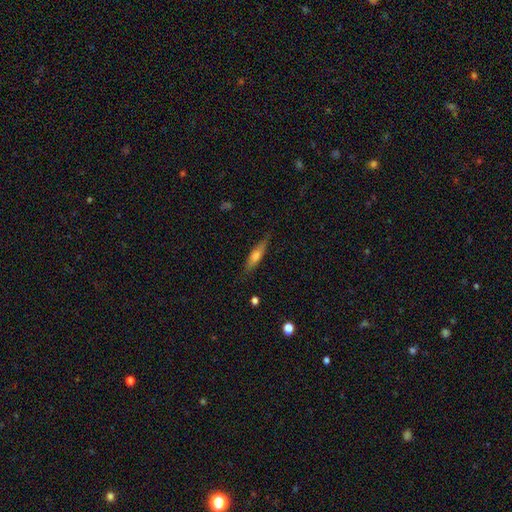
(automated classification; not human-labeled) Smooth or featured?
  - smooth: 49% *
  - featured or disk: 44%
  - star or artifact: 7%
Merging?
  - none: 83% *
  - minor disturbance: 13%
  - major disturbance: 3%
  - merger: 1%